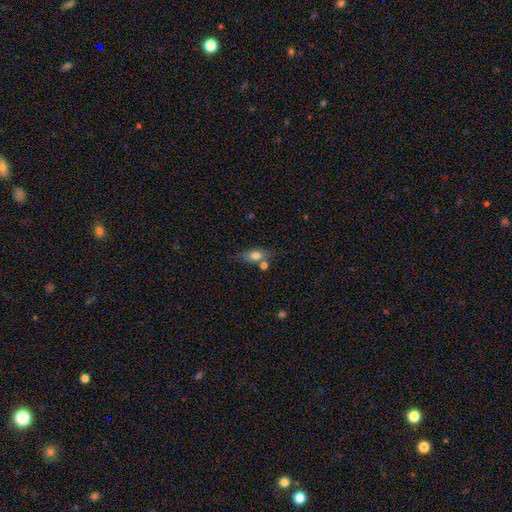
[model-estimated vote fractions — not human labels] A smooth galaxy with no disk features (76%) that is in between round and cigar-shaped (81%). Merging: none (60%).